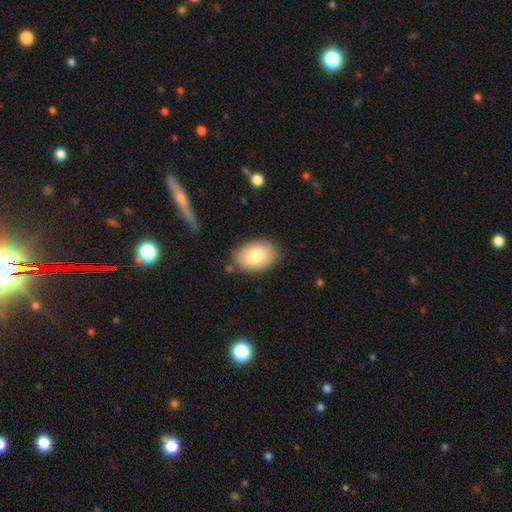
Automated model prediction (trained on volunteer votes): A smooth galaxy with no disk features (79%) that is in between round and cigar-shaped (88%).

Vote fractions:
- Smooth or featured? smooth: 79% / featured or disk: 14% / star or artifact: 7%
- How rounded? in between: 88% / round: 11% / cigar-shaped: 1%
- Merging? none: 84% / minor disturbance: 11% / major disturbance: 3% / merger: 2%